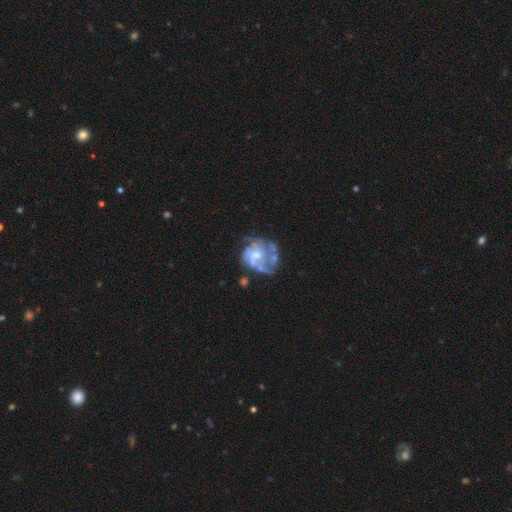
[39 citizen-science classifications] Q: Smooth or featured?
A: featured or disk (87%); runner-up: smooth (10%)
Q: Edge-on disk?
A: no (97%); runner-up: yes (3%)
Q: Bar?
A: no (73%); runner-up: weak (27%)
Q: Spiral arms?
A: yes (85%); runner-up: no (15%)
Q: Spiral winding?
A: loose (46%); runner-up: medium (36%)
Q: Spiral arm count?
A: 2 (57%); runner-up: can't tell (21%)
Q: Bulge size?
A: moderate (61%); runner-up: small (27%)
Q: Merging?
A: none (45%); runner-up: minor disturbance (29%)